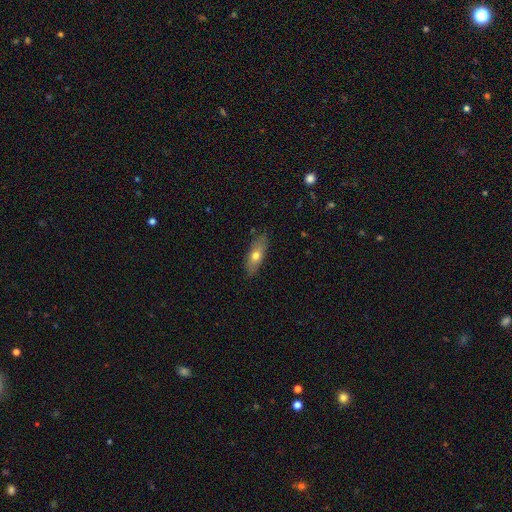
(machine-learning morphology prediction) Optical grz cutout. It shows a smooth galaxy with no disk features (66%) that is in between round and cigar-shaped (67%). Merging: none (82%).